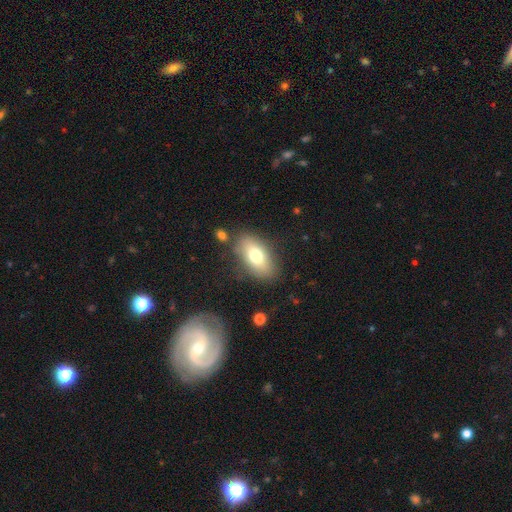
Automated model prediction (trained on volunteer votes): smooth_or_featured: smooth (p=0.72) [alt: featured or disk p=0.19]
how_rounded: in between (p=0.89) [alt: round p=0.06]
merging: none (p=0.78) [alt: minor disturbance p=0.13]